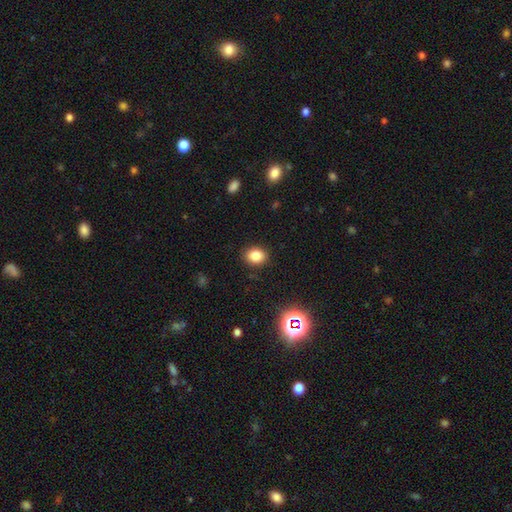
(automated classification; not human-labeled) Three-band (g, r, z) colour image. It shows a smooth galaxy with no disk features (83%) that is in between round and cigar-shaped (52%). Merging: none (89%).